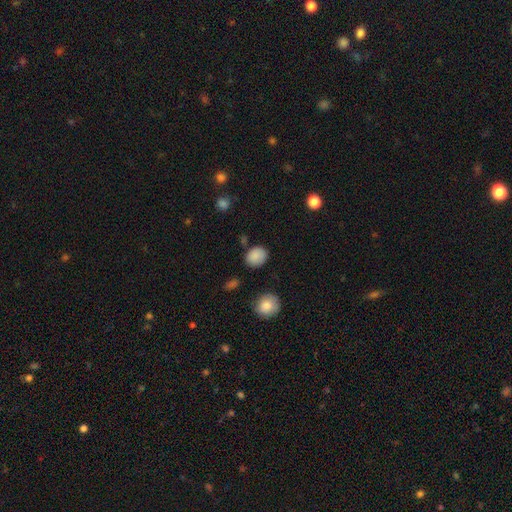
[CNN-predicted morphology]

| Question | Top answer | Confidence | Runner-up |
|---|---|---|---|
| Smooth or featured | smooth | 86% | star or artifact (9%) |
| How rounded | round | 56% | in between (43%) |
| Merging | none | 80% | minor disturbance (14%) |